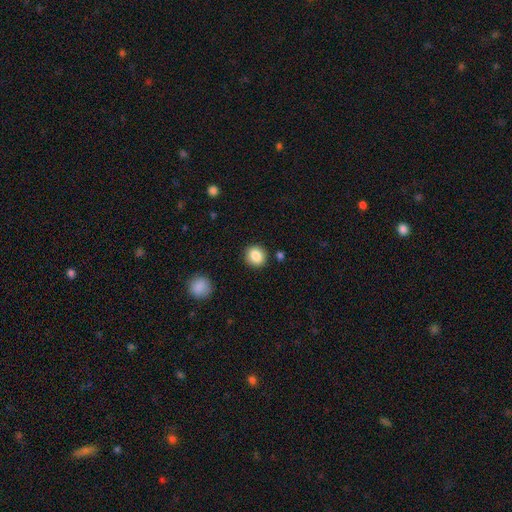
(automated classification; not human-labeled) Smooth or featured? Predicted: smooth (p=0.86). How rounded? Predicted: round (p=0.85). Merging? Predicted: none (p=0.90).